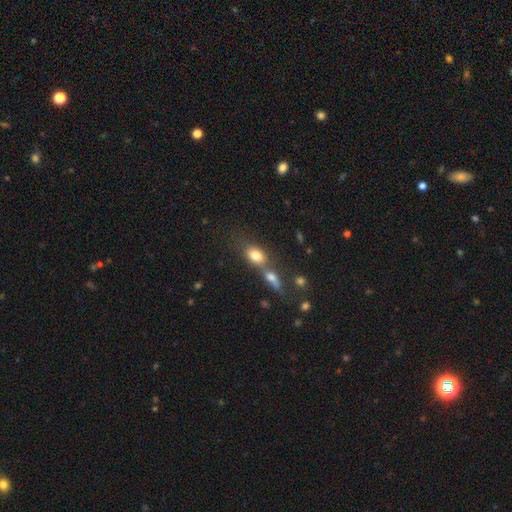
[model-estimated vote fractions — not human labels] Morphology: type=smooth (78%); roundness=in between (73%); merging=merger (46%).